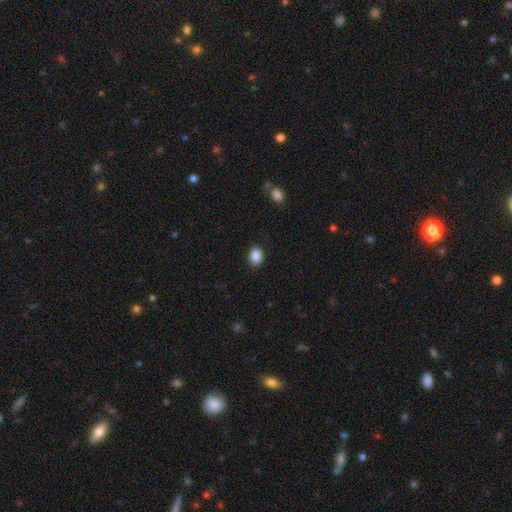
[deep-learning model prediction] Smooth or featured? smooth (88%)
How rounded? in between (63%)
Merging? none (88%)